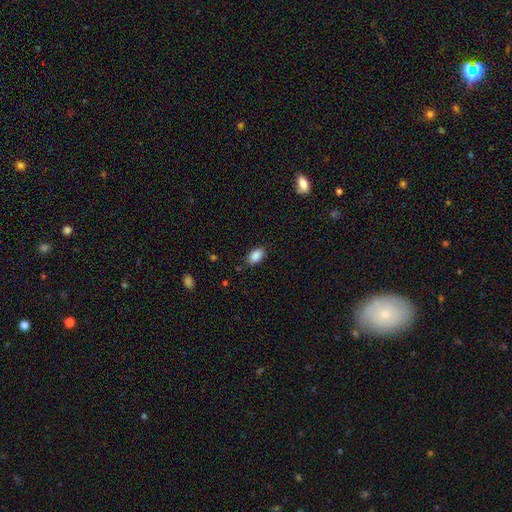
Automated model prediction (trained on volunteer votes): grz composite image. It shows a smooth galaxy with no disk features (89%) that is in between round and cigar-shaped (93%). Merging: none (85%).